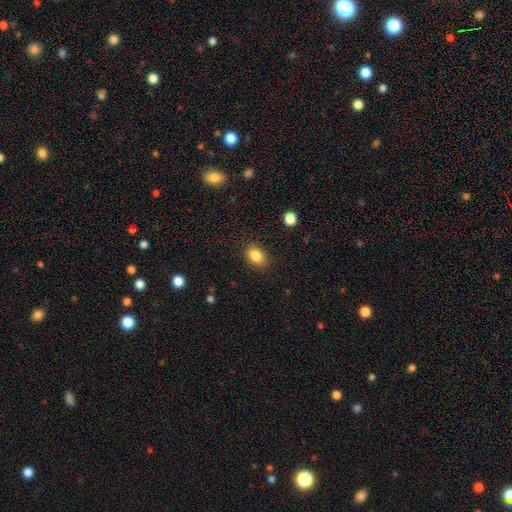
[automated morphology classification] Smooth or featured? Predicted: smooth (p=0.84). How rounded? Predicted: in between (p=0.74). Merging? Predicted: none (p=0.86).